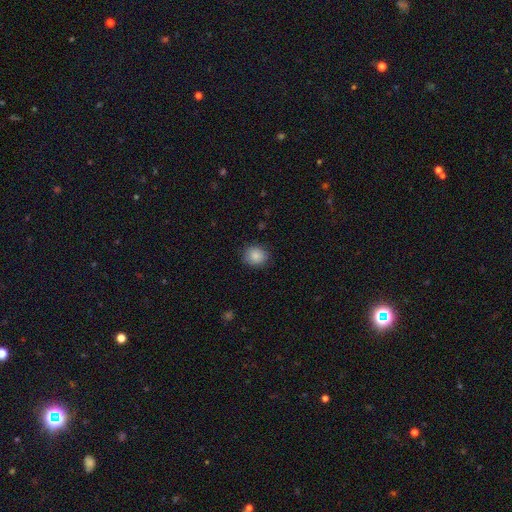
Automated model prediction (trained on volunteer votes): smooth_or_featured: smooth (p=0.87) [alt: star or artifact p=0.08]
how_rounded: round (p=0.77) [alt: in between p=0.22]
merging: none (p=0.85) [alt: minor disturbance p=0.11]